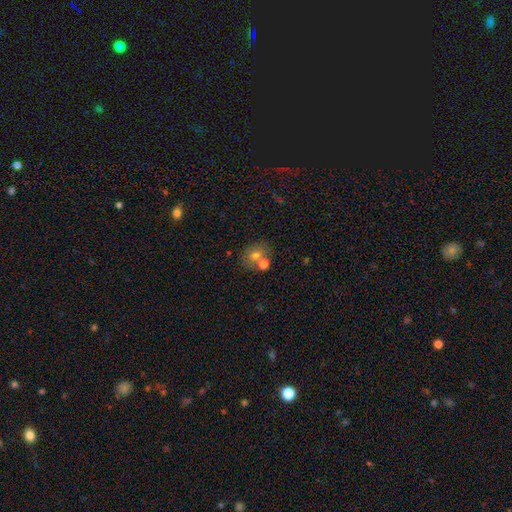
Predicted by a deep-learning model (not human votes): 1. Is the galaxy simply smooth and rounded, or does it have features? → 67% smooth, 20% featured or disk, 14% star or artifact.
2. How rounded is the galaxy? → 57% round, 42% in between, 1% cigar-shaped.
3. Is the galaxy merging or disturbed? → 56% none, 29% merger, 12% minor disturbance, 4% major disturbance.